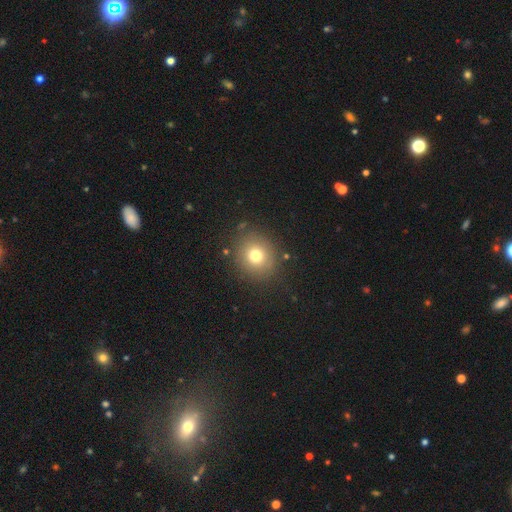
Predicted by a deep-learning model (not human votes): The model was most divided on "smooth or featured": smooth: 74%, star or artifact: 14%, featured or disk: 12%. More confident: merging — none (85%); how rounded — round (83%).